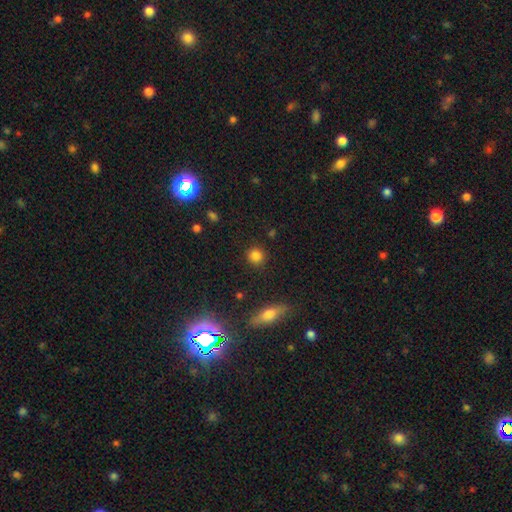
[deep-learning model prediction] This is clearly a smooth galaxy (82%). How rounded: clearly round (90%). Merging: clearly none (89%).